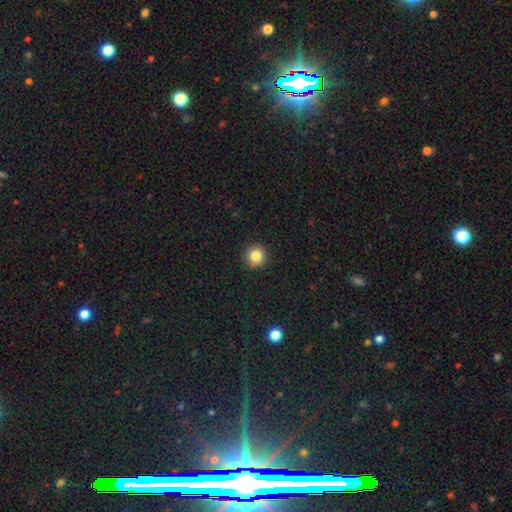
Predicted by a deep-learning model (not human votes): Smooth or featured: smooth — 83% (star or artifact — 11%)
How rounded: round — 94% (in between — 5%)
Merging: none — 91% (minor disturbance — 6%)